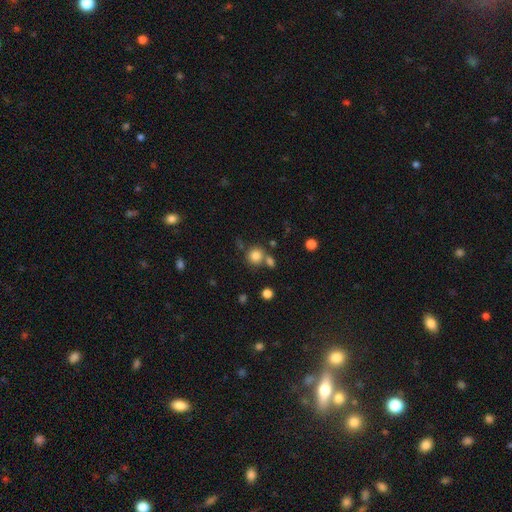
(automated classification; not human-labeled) Smooth or featured: smooth — 81% (star or artifact — 12%)
How rounded: round — 89% (in between — 10%)
Merging: none — 66% (merger — 20%)